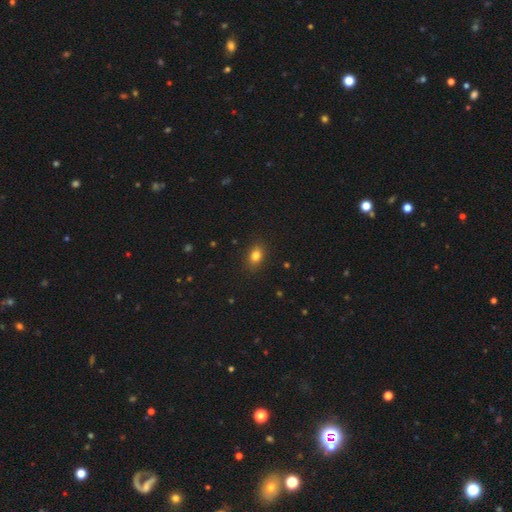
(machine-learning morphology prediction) smooth_or_featured: smooth (p=0.82) [alt: star or artifact p=0.12]
how_rounded: in between (p=0.69) [alt: round p=0.29]
merging: none (p=0.87) [alt: minor disturbance p=0.10]